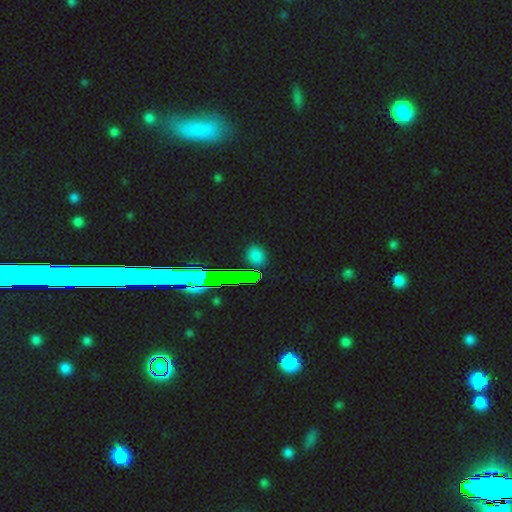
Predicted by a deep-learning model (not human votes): The model was most divided on "smooth or featured": smooth: 51%, star or artifact: 40%, featured or disk: 9%. More confident: merging — none (86%); how rounded — round (66%).